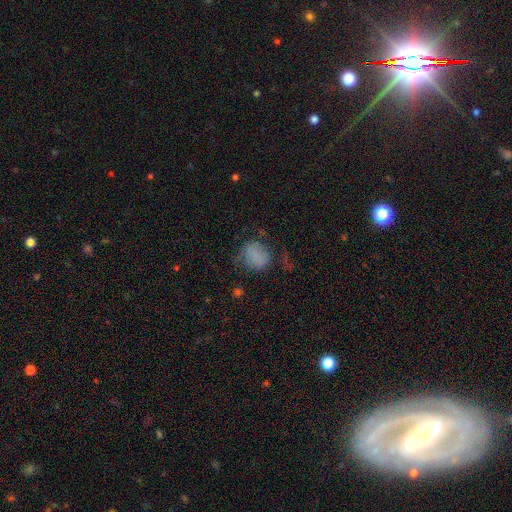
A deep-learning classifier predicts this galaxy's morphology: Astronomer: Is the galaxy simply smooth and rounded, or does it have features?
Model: smooth — 74%.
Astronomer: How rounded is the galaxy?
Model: round — 58% (runner-up: in between, 41%).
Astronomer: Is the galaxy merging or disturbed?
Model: none — 55%.